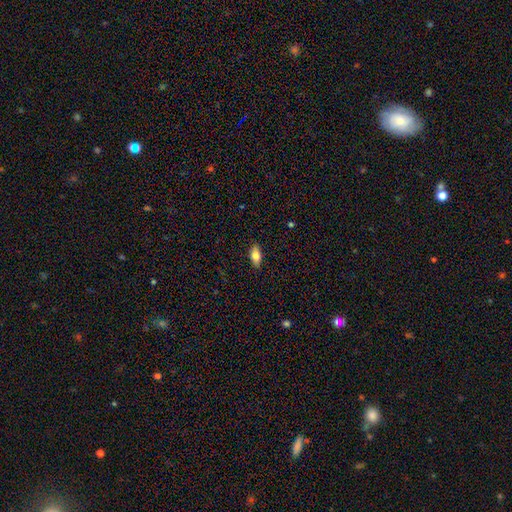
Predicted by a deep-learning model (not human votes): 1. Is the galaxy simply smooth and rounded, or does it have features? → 75% smooth, 18% featured or disk, 7% star or artifact.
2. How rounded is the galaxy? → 85% in between, 11% cigar-shaped, 4% round.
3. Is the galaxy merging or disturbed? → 87% none, 10% minor disturbance, 2% major disturbance, 1% merger.